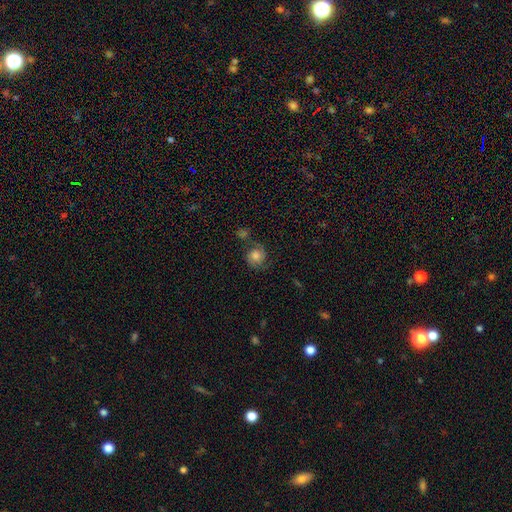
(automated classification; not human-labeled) Smooth or featured?
  - smooth: 51% *
  - featured or disk: 38%
  - star or artifact: 12%
How rounded?
  - round: 81% *
  - in between: 18%
  - cigar-shaped: 1%
Merging?
  - none: 60% *
  - minor disturbance: 19%
  - major disturbance: 10%
  - merger: 10%